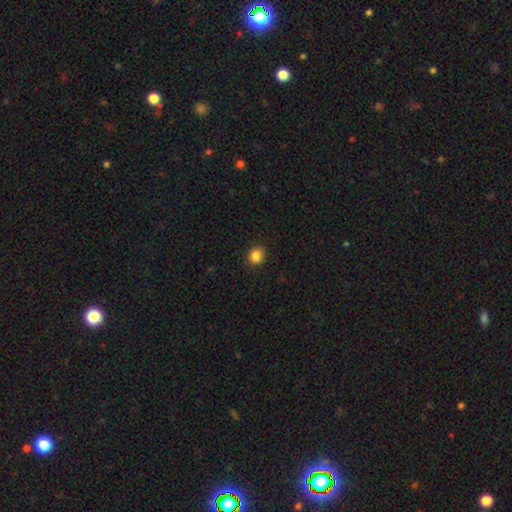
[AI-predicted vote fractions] Smooth or featured? Predicted: smooth (p=0.87). How rounded? Predicted: round (p=0.82). Merging? Predicted: none (p=0.89).